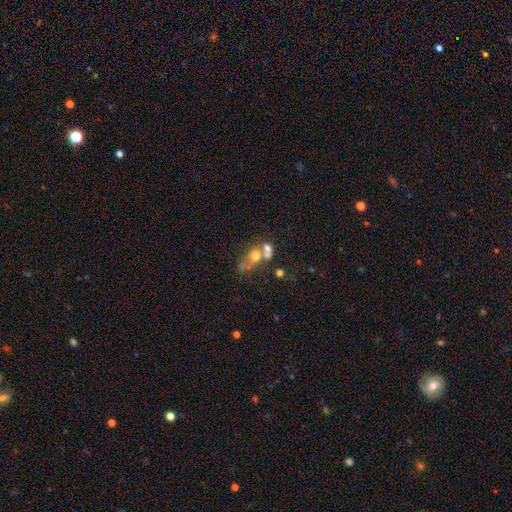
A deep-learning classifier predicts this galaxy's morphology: The model was most divided on "how rounded": round: 57%, in between: 40%, cigar-shaped: 3%. More confident: merging — merger (53%); smooth or featured — smooth (51%).